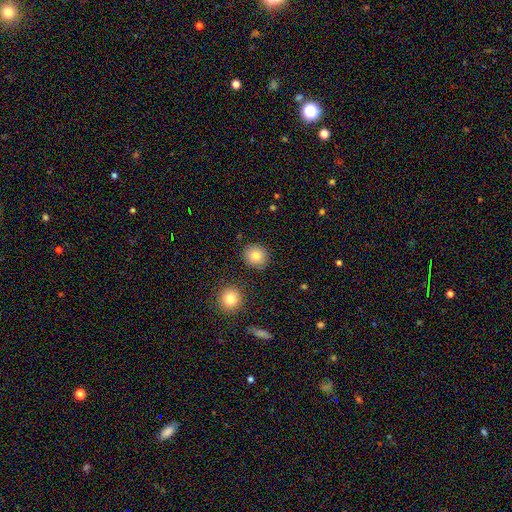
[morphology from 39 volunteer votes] type=smooth (87%); roundness=round (82%); merging=none (92%).